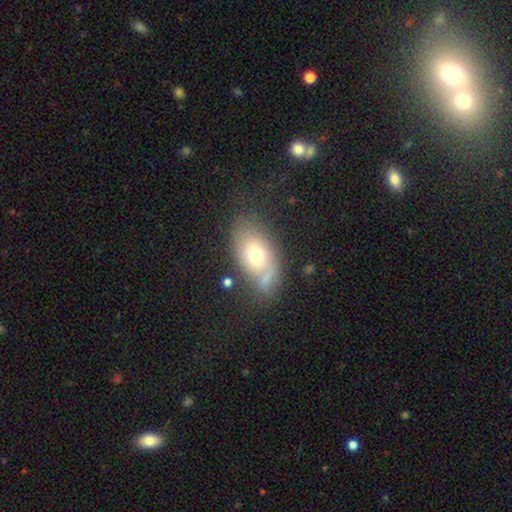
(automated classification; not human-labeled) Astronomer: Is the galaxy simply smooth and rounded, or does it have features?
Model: smooth — 65%.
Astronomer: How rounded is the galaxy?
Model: in between — 85%.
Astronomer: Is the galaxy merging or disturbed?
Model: none — 57%.